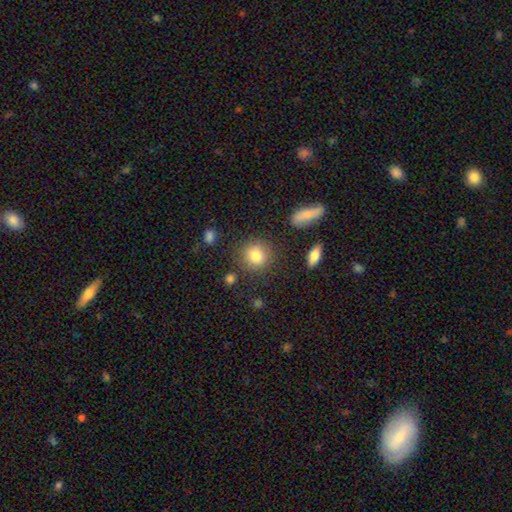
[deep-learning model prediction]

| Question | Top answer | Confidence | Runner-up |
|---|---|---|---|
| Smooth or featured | smooth | 82% | star or artifact (10%) |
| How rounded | round | 86% | in between (12%) |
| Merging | none | 82% | minor disturbance (10%) |